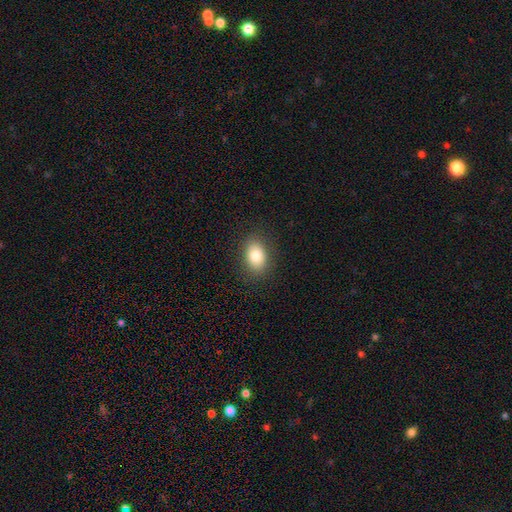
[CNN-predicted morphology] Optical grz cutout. It shows a smooth galaxy with no disk features (81%) that is in between round and cigar-shaped (81%). Merging: none (87%).